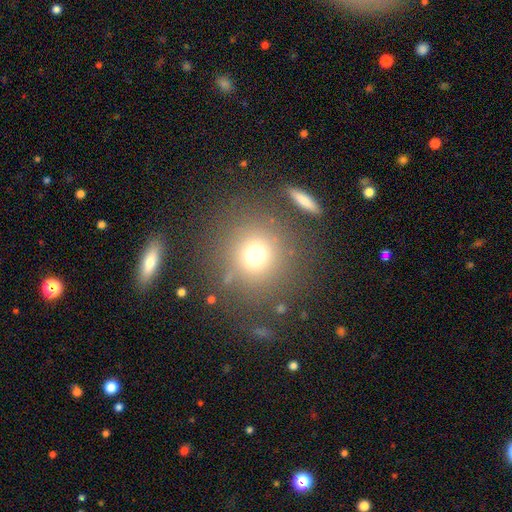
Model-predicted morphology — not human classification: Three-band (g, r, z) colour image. It shows a smooth galaxy with no disk features (67%) that is round (90%). Merging: none (80%).